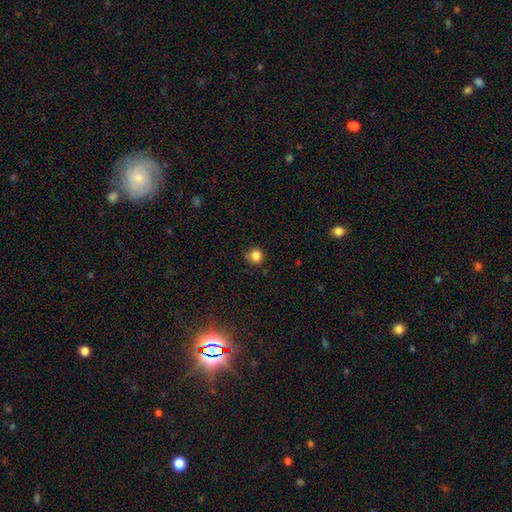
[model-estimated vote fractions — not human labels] Smooth or featured? smooth (83%)
How rounded? round (87%)
Merging? none (71%)